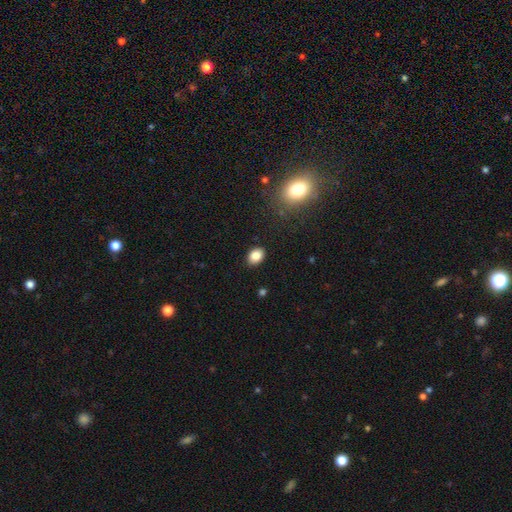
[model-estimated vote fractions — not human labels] smooth_or_featured: smooth (p=0.85) [alt: star or artifact p=0.10]
how_rounded: in between (p=0.73) [alt: round p=0.26]
merging: none (p=0.87) [alt: minor disturbance p=0.09]